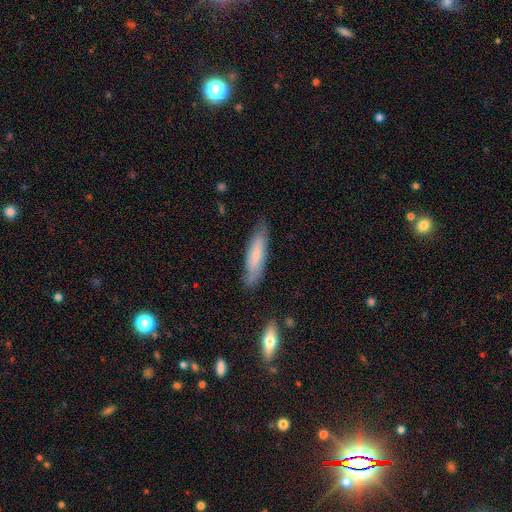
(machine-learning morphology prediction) A smooth galaxy with no disk features (64%) that is cigar-shaped (67%). Merging: none (77%).